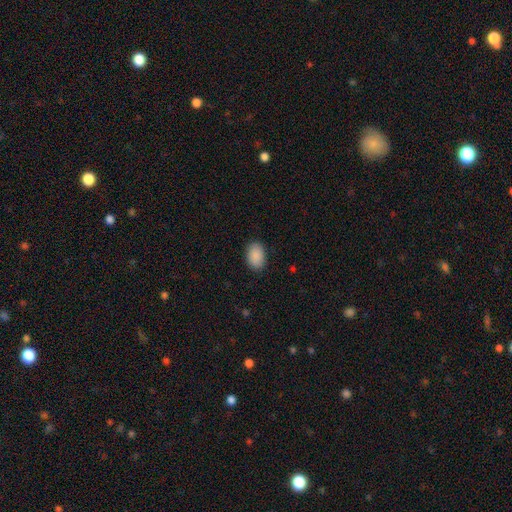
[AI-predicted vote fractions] This appears to be a smooth galaxy with no disk features (91%) that is in between round and cigar-shaped (86%). Merging: none (87%).